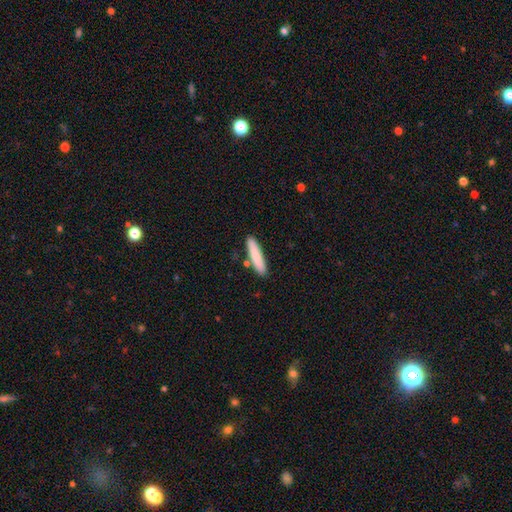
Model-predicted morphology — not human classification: smooth_or_featured: smooth (p=0.83) [alt: featured or disk p=0.12]
how_rounded: cigar-shaped (p=0.86) [alt: in between p=0.13]
merging: none (p=0.84) [alt: minor disturbance p=0.09]